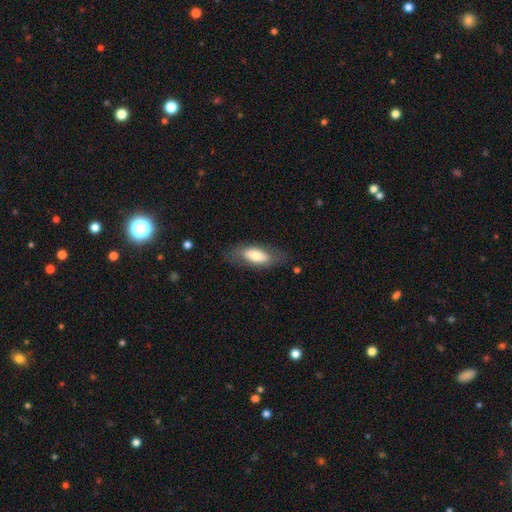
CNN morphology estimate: A smooth galaxy with no disk features (65%) that is in between round and cigar-shaped (79%).

Vote fractions:
- Smooth or featured? smooth: 65% / featured or disk: 29% / star or artifact: 6%
- How rounded? in between: 79% / cigar-shaped: 18% / round: 3%
- Merging? none: 73% / minor disturbance: 18% / major disturbance: 8% / merger: 1%